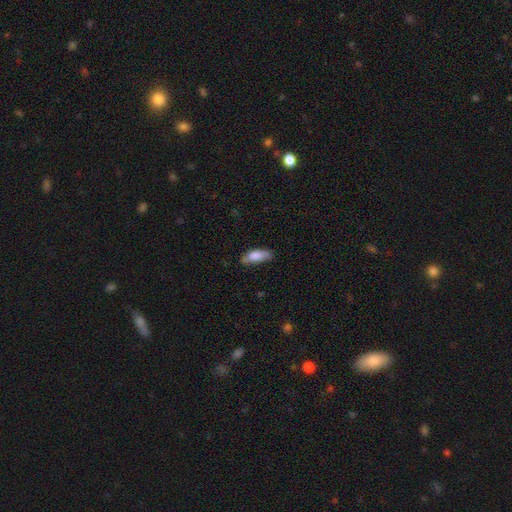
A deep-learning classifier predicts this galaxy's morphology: type=smooth (80%); roundness=in between (68%); merging=none (57%).